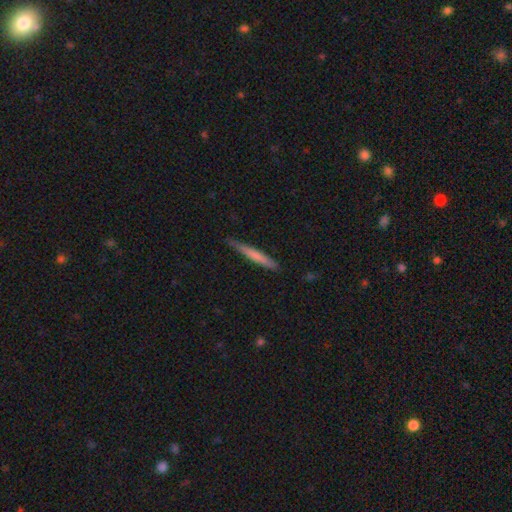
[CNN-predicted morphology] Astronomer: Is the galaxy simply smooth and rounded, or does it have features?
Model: smooth — 67%.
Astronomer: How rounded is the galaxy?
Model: cigar-shaped — 96%.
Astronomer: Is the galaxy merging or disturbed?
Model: none — 82%.